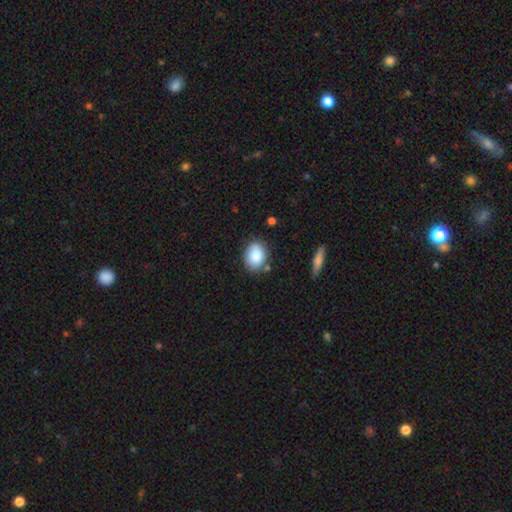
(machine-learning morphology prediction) Q: Smooth or featured?
A: smooth (86%); runner-up: star or artifact (7%)
Q: How rounded?
A: in between (69%); runner-up: round (30%)
Q: Merging?
A: none (78%); runner-up: minor disturbance (15%)